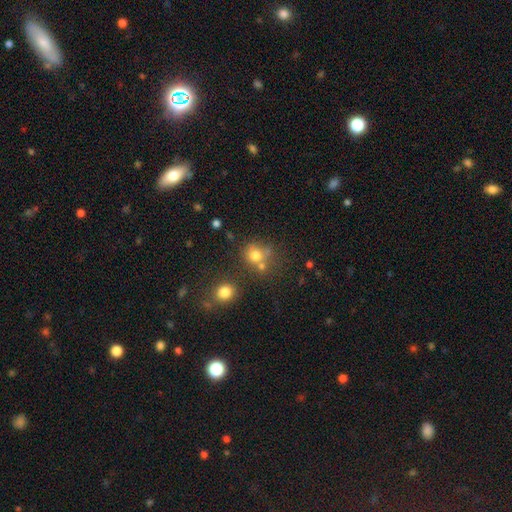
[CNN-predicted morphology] smooth 74%, star or artifact 16%, featured or disk 11%. Down the decision tree: how rounded — round (81%); merging — none (52%).